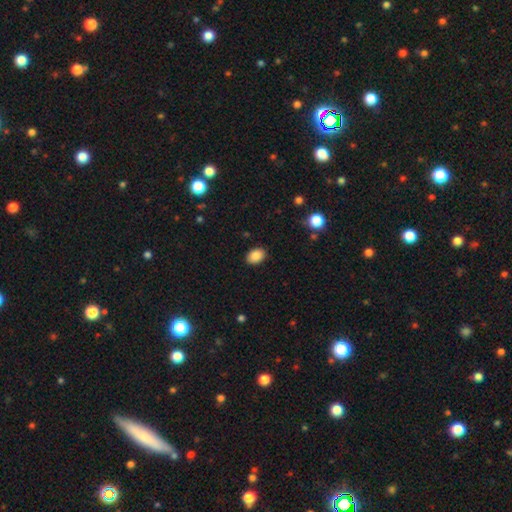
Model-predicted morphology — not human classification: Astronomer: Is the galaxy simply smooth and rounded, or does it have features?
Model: smooth — 87%.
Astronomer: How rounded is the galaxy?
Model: in between — 76%.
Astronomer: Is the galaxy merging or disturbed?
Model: none — 88%.